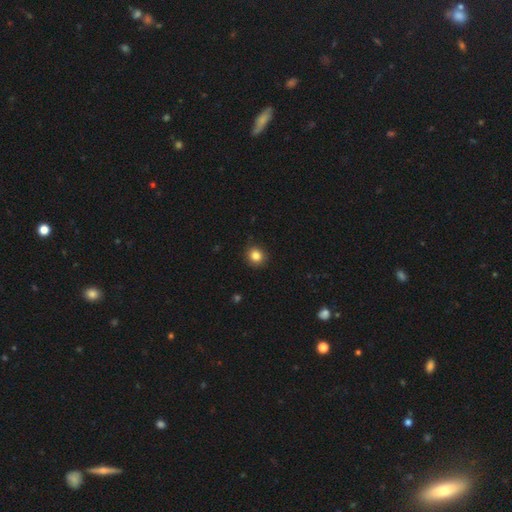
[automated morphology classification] A smooth galaxy with no disk features (85%) that is round (85%). Merging: none (88%).